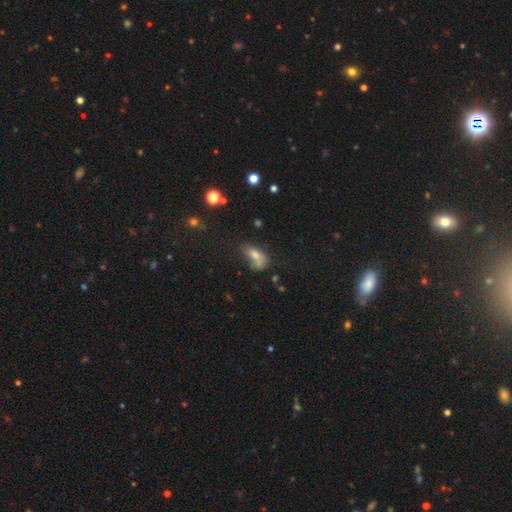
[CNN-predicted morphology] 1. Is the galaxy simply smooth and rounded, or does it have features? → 69% smooth, 18% featured or disk, 13% star or artifact.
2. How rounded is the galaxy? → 82% in between, 10% round, 8% cigar-shaped.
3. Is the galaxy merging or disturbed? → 33% none, 25% merger, 22% minor disturbance, 20% major disturbance.